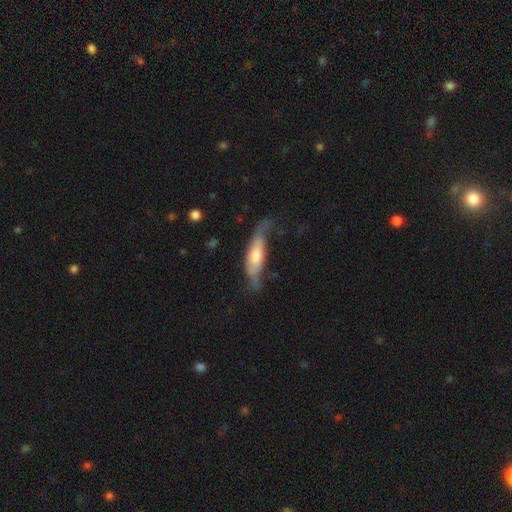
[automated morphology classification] type=featured or disk (52%); edge-on=yes (56%); merging=none (42%).